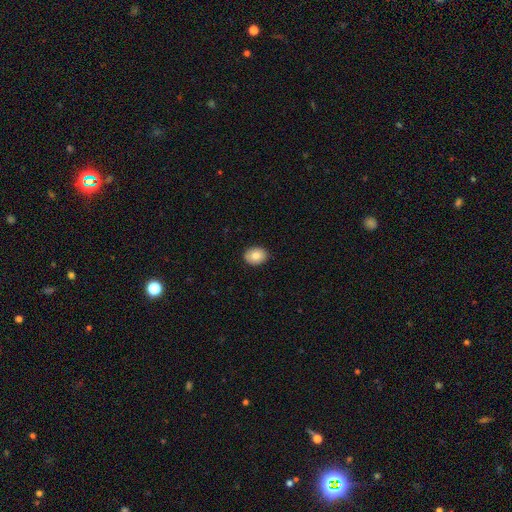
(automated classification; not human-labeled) Smooth or featured: smooth — 84% (featured or disk — 9%)
How rounded: in between — 63% (round — 36%)
Merging: none — 90% (minor disturbance — 8%)